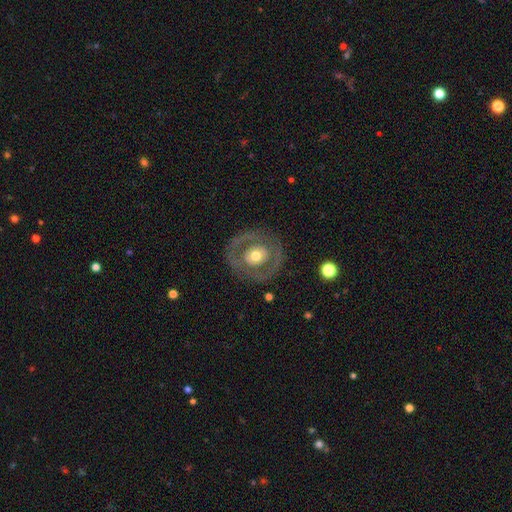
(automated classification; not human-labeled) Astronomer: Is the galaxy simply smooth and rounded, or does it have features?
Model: featured or disk — 61%.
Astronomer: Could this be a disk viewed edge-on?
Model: no — 96%.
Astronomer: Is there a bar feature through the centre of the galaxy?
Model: no — 79%.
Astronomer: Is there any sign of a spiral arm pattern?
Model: no — 76%.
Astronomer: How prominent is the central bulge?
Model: moderate — 67%.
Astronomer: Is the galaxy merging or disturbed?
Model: none — 79%.